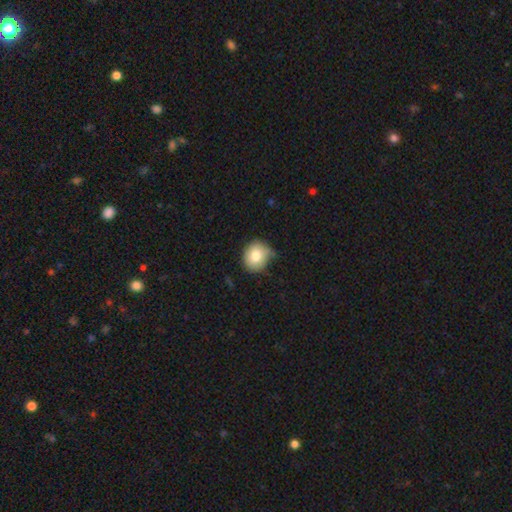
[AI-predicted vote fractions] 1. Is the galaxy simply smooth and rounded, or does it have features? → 79% smooth, 12% featured or disk, 10% star or artifact.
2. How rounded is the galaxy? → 80% round, 19% in between, 1% cigar-shaped.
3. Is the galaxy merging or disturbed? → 69% none, 24% minor disturbance, 4% major disturbance, 3% merger.